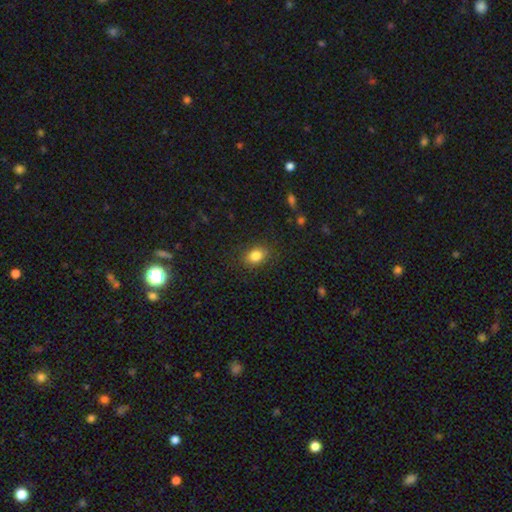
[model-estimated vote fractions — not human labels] Smooth or featured: smooth — 84% (star or artifact — 10%)
How rounded: in between — 67% (round — 31%)
Merging: none — 85% (minor disturbance — 11%)